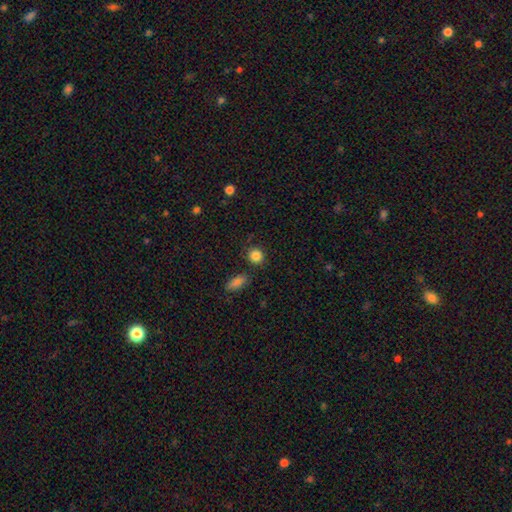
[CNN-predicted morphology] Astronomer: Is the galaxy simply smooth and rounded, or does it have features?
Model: smooth — 86%.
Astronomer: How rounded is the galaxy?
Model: round — 86%.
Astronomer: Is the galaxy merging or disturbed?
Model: none — 82%.